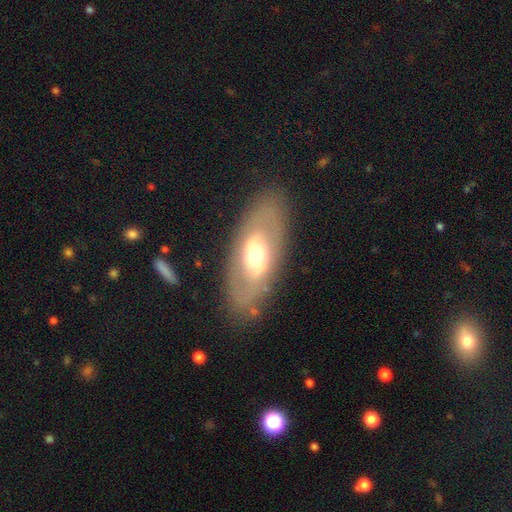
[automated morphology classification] Q: Smooth or featured?
A: featured or disk (51%); runner-up: smooth (42%)
Q: Edge-on disk?
A: no (83%); runner-up: yes (17%)
Q: Merging?
A: none (81%); runner-up: minor disturbance (12%)